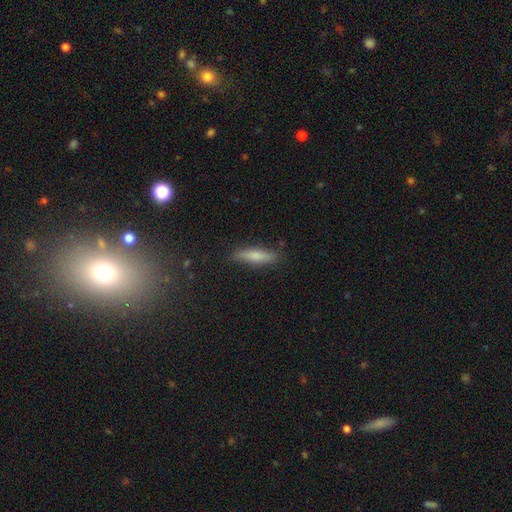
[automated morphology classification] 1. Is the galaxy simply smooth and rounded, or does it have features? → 74% smooth, 19% featured or disk, 7% star or artifact.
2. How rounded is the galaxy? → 75% cigar-shaped, 24% in between, 2% round.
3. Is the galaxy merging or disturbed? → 83% none, 13% minor disturbance, 3% major disturbance, 1% merger.